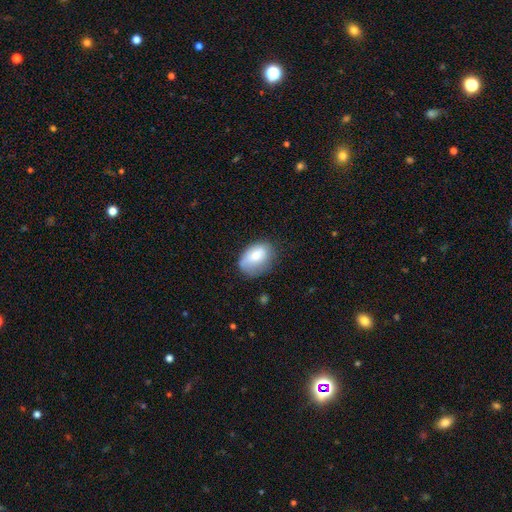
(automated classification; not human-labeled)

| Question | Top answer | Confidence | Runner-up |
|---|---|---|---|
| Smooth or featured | smooth | 73% | featured or disk (19%) |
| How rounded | in between | 81% | round (17%) |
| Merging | none | 56% | minor disturbance (31%) |